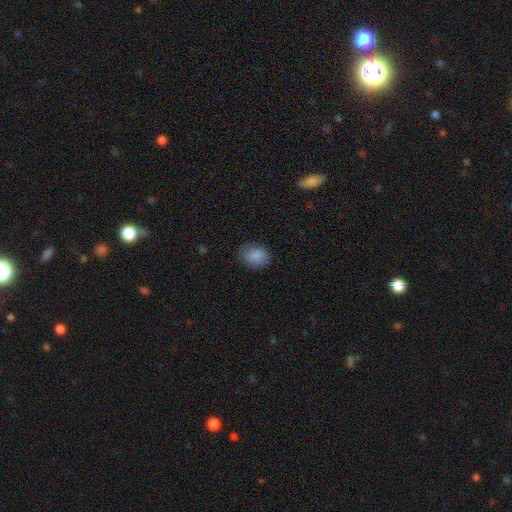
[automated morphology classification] Smooth or featured? smooth (86%)
How rounded? in between (65%)
Merging? none (79%)